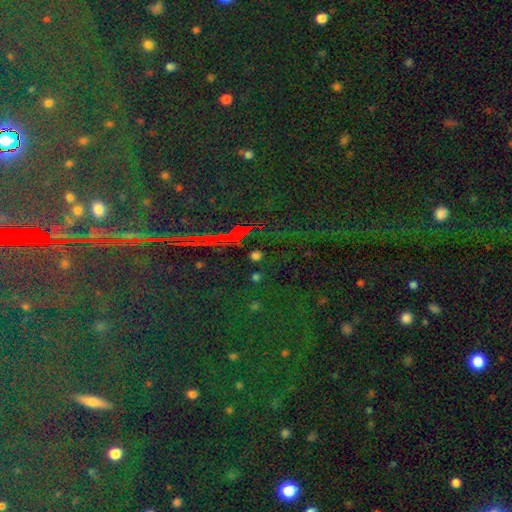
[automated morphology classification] Q: Smooth or featured?
A: star or artifact (78%); runner-up: smooth (13%)